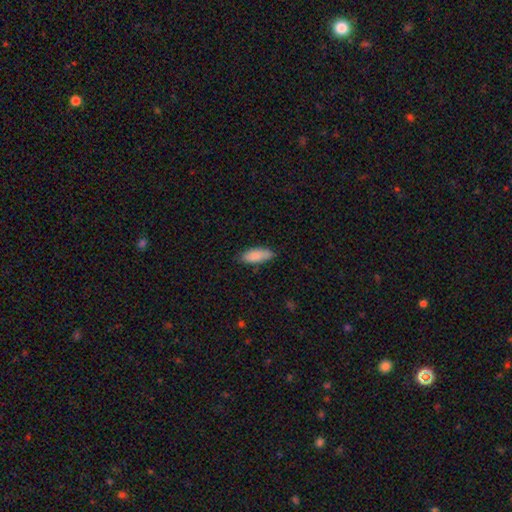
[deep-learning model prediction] Smooth or featured?
  - smooth: 86% *
  - featured or disk: 8%
  - star or artifact: 6%
How rounded?
  - in between: 77% *
  - cigar-shaped: 21%
  - round: 2%
Merging?
  - none: 77% *
  - minor disturbance: 19%
  - major disturbance: 3%
  - merger: 1%